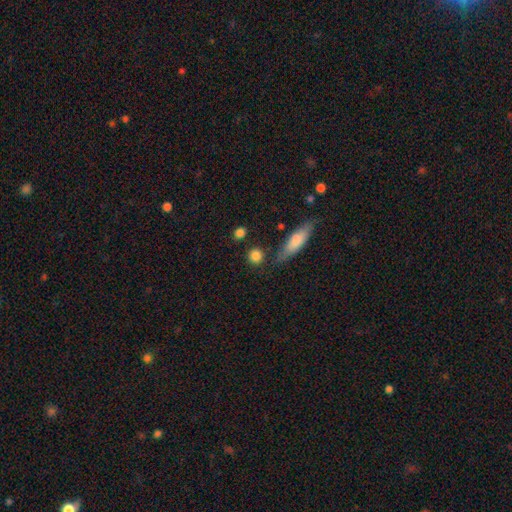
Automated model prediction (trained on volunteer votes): Smooth or featured?
  - smooth: 85% *
  - star or artifact: 9%
  - featured or disk: 6%
How rounded?
  - round: 84% *
  - in between: 11%
  - cigar-shaped: 5%
Merging?
  - none: 80% *
  - minor disturbance: 10%
  - merger: 7%
  - major disturbance: 3%